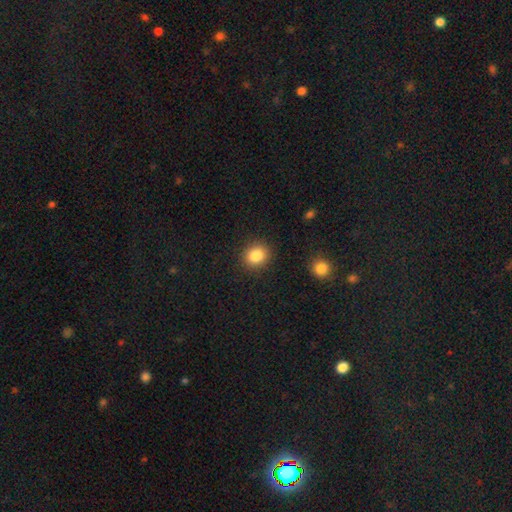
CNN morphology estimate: A smooth galaxy with no disk features (85%) that is round (73%).

Vote fractions:
- Smooth or featured? smooth: 85% / star or artifact: 10% / featured or disk: 5%
- How rounded? round: 73% / in between: 26% / cigar-shaped: 1%
- Merging? none: 89% / minor disturbance: 7% / major disturbance: 2% / merger: 1%